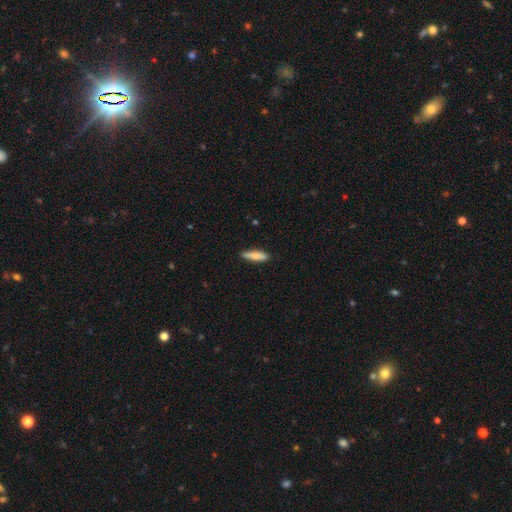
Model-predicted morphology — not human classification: Overall: smooth (77%). How rounded: cigar-shaped (76%). Merging: none (88%).